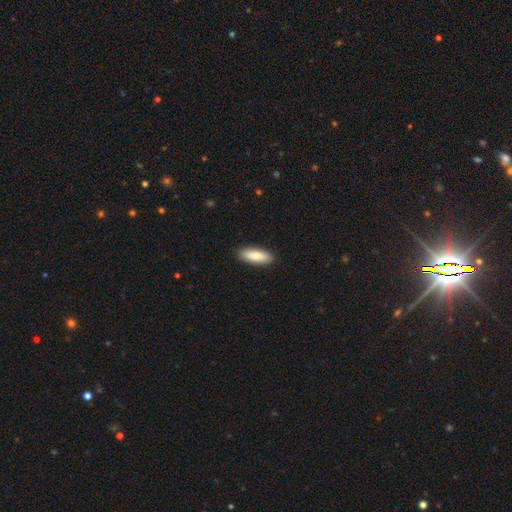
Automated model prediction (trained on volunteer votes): Smooth or featured? Predicted: smooth (p=0.79). How rounded? Predicted: in between (p=0.64). Merging? Predicted: none (p=0.91).